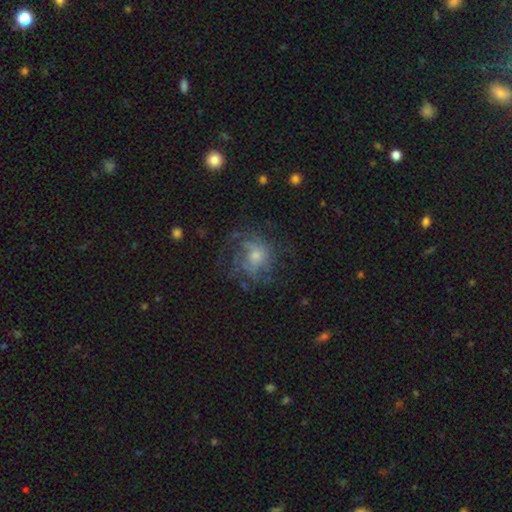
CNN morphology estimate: This appears to be a featured or disk galaxy (66%) with no bar (76%), spiral arms (77%) and a moderate central bulge (45%). Merging: none (60%).